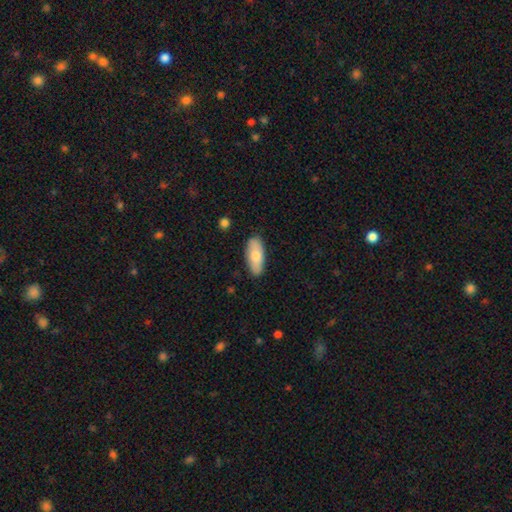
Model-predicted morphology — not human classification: A smooth galaxy with no disk features (76%) that is in between round and cigar-shaped (84%).

Vote fractions:
- Smooth or featured? smooth: 76% / featured or disk: 18% / star or artifact: 6%
- How rounded? in between: 84% / cigar-shaped: 14% / round: 2%
- Merging? none: 85% / minor disturbance: 12% / major disturbance: 2% / merger: 1%